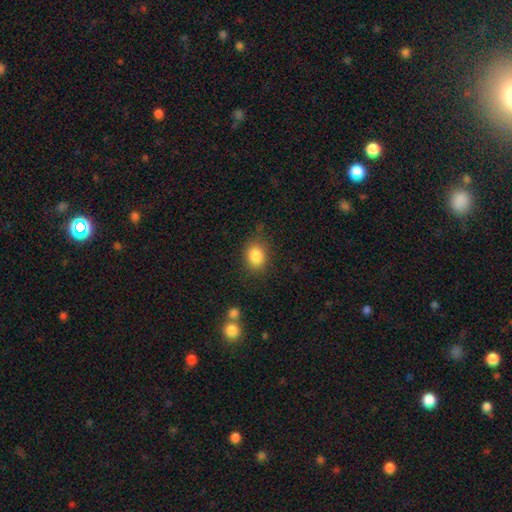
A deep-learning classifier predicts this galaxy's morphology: Smooth or featured? smooth (85%)
How rounded? round (51%)
Merging? none (78%)